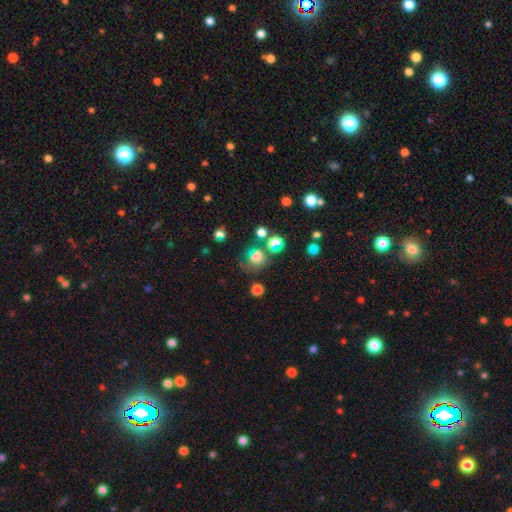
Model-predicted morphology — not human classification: Smooth or featured? Predicted: smooth (p=0.67). How rounded? Predicted: round (p=0.78). Merging? Predicted: none (p=0.54).